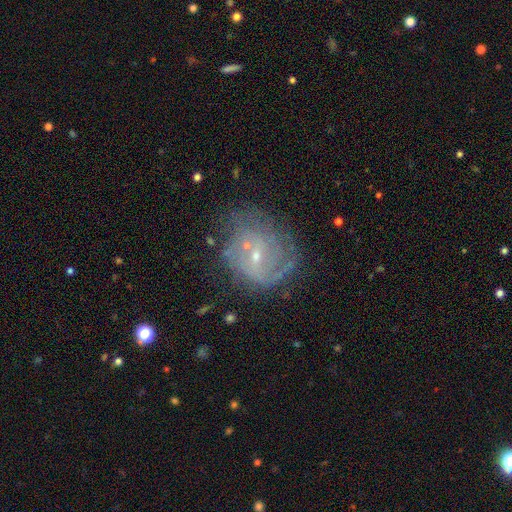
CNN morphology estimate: featured or disk 77%, smooth 14%, star or artifact 9%. Down the decision tree: edge-on disk — no (97%); bar — no (50%); spiral arms — yes (86%); spiral arm count — can't tell (43%); spiral winding — tight (53%); bulge size — small (75%); merging — none (58%).